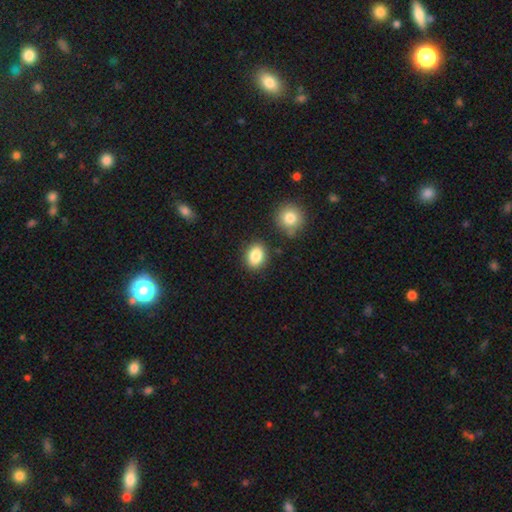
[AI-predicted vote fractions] Smooth or featured?
  - smooth: 85% *
  - star or artifact: 9%
  - featured or disk: 6%
How rounded?
  - in between: 58% *
  - round: 41%
  - cigar-shaped: 1%
Merging?
  - none: 83% *
  - minor disturbance: 9%
  - merger: 5%
  - major disturbance: 3%